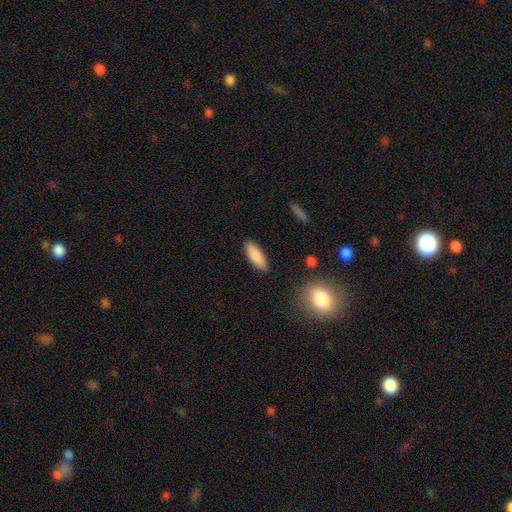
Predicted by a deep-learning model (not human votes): Smooth or featured?
  - smooth: 87% *
  - featured or disk: 6%
  - star or artifact: 6%
How rounded?
  - in between: 62% *
  - cigar-shaped: 36%
  - round: 2%
Merging?
  - none: 88% *
  - minor disturbance: 9%
  - major disturbance: 2%
  - merger: 1%